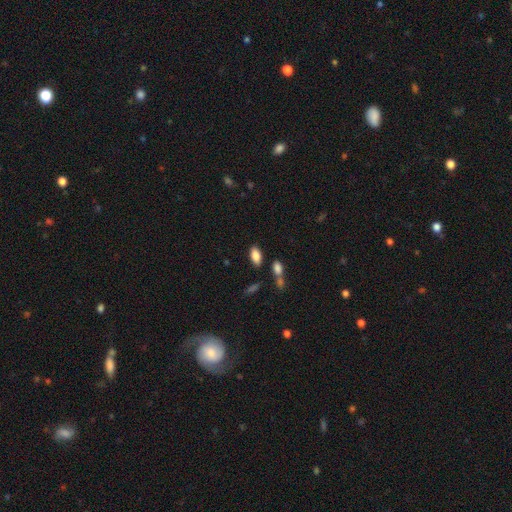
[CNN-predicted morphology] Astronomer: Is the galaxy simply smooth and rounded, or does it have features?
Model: smooth — 86%.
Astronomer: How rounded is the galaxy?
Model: in between — 90%.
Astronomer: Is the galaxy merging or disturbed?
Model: none — 79%.